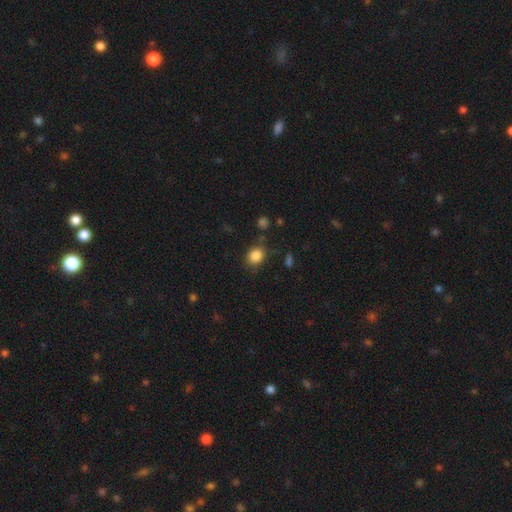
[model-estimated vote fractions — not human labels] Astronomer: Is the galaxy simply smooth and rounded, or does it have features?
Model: smooth — 85%.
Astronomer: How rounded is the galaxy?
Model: round — 60% (runner-up: in between, 39%).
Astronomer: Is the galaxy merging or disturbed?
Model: none — 79%.